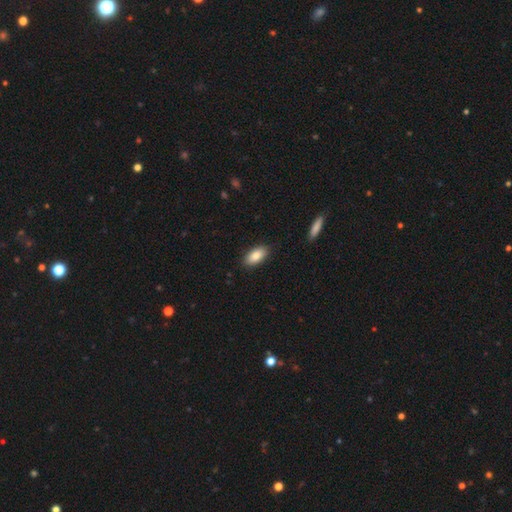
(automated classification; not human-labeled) This is clearly a smooth galaxy (85%). How rounded: clearly in between (92%). Merging: clearly none (88%).